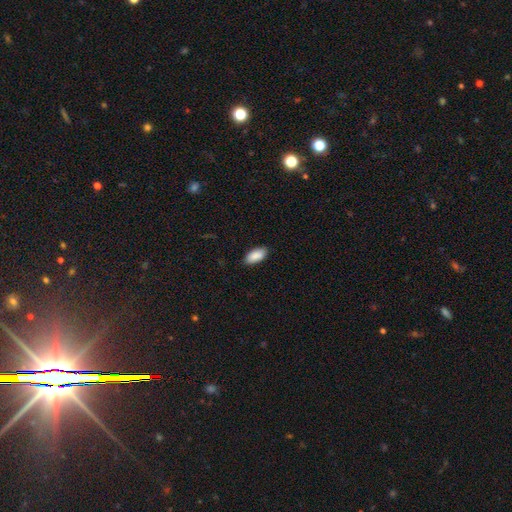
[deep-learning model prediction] Smooth or featured? Predicted: smooth (p=0.90). How rounded? Predicted: in between (p=0.92). Merging? Predicted: none (p=0.88).